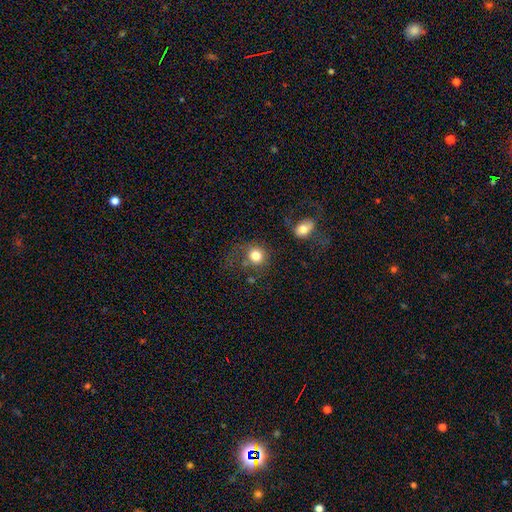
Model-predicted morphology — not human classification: Q: Smooth or featured?
A: smooth (80%); runner-up: star or artifact (11%)
Q: How rounded?
A: round (83%); runner-up: in between (16%)
Q: Merging?
A: none (57%); runner-up: minor disturbance (18%)